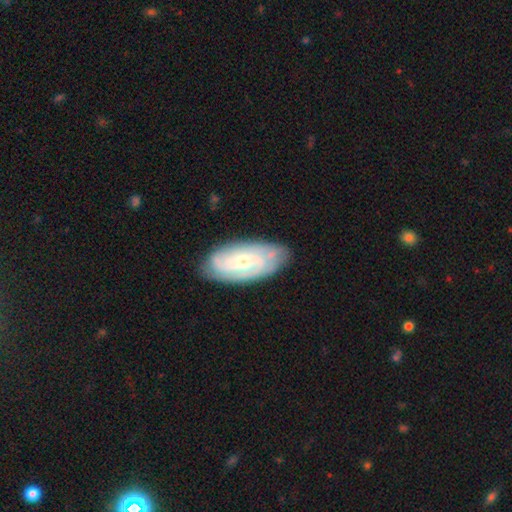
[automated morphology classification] type=featured or disk (75%); edge-on=no (94%); bar=no (45%); spiral arms=yes (93%); winding=tight (57%); arm count=2 (34%); bulge=small (63%); merging=none (79%).